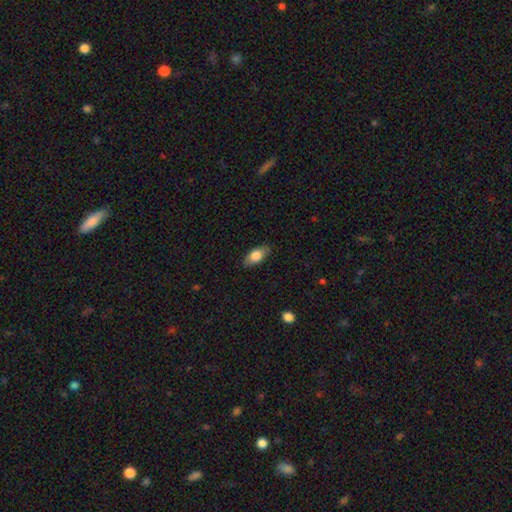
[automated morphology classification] type=smooth (78%); roundness=in between (88%); merging=none (86%).